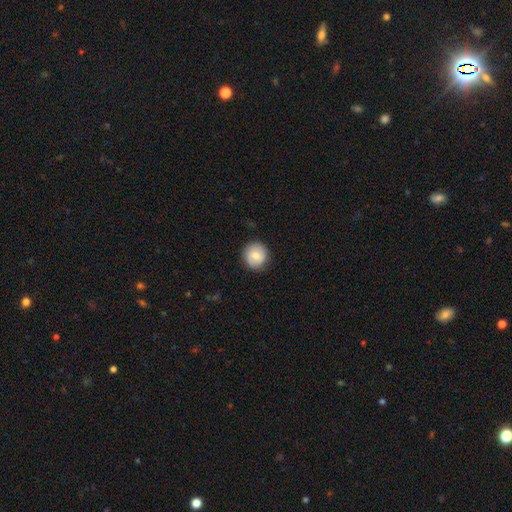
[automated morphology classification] Smooth or featured?
  - smooth: 70% *
  - featured or disk: 22%
  - star or artifact: 7%
How rounded?
  - round: 92% *
  - in between: 7%
  - cigar-shaped: 1%
Merging?
  - none: 86% *
  - minor disturbance: 11%
  - major disturbance: 2%
  - merger: 1%